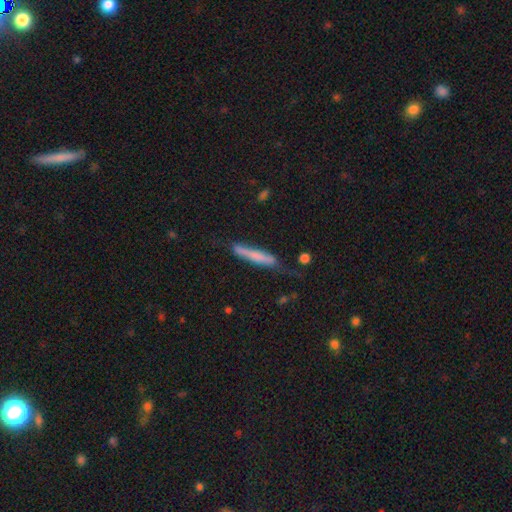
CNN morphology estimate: Q: Smooth or featured?
A: smooth (63%); runner-up: featured or disk (30%)
Q: How rounded?
A: cigar-shaped (93%); runner-up: in between (5%)
Q: Merging?
A: none (58%); runner-up: minor disturbance (28%)